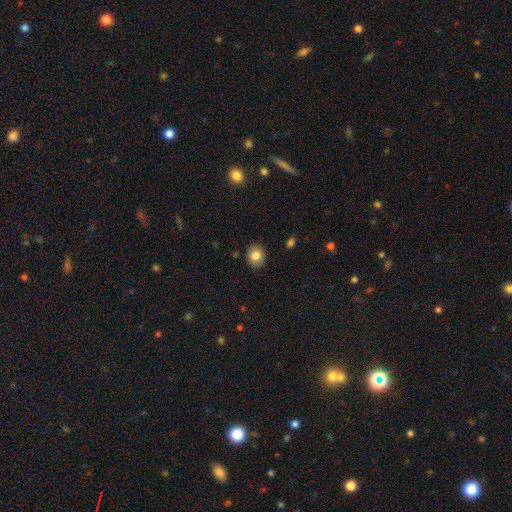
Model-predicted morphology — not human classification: Smooth or featured? Predicted: smooth (p=0.82). How rounded? Predicted: round (p=0.54). Merging? Predicted: none (p=0.88).